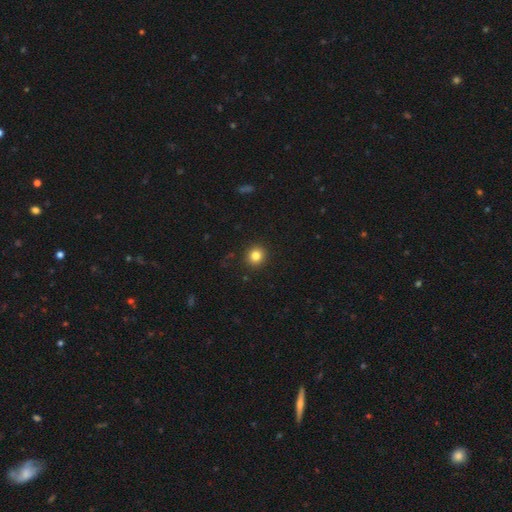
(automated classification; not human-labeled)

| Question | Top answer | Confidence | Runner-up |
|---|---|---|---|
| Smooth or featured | smooth | 83% | star or artifact (12%) |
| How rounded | round | 91% | in between (8%) |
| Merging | none | 92% | minor disturbance (5%) |